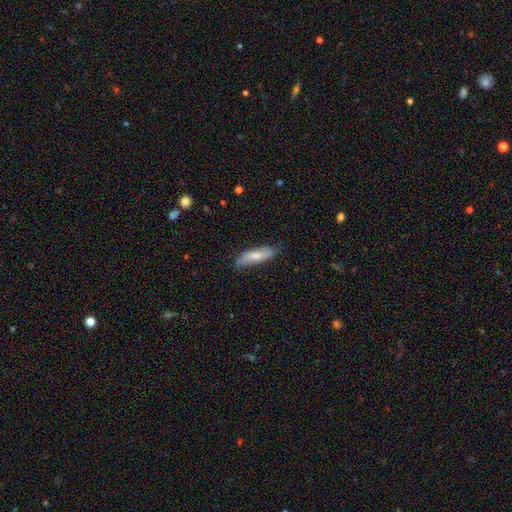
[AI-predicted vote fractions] Smooth or featured?
  - smooth: 59% *
  - featured or disk: 35%
  - star or artifact: 6%
How rounded?
  - cigar-shaped: 52% *
  - in between: 46%
  - round: 2%
Merging?
  - none: 74% *
  - minor disturbance: 21%
  - major disturbance: 4%
  - merger: 1%